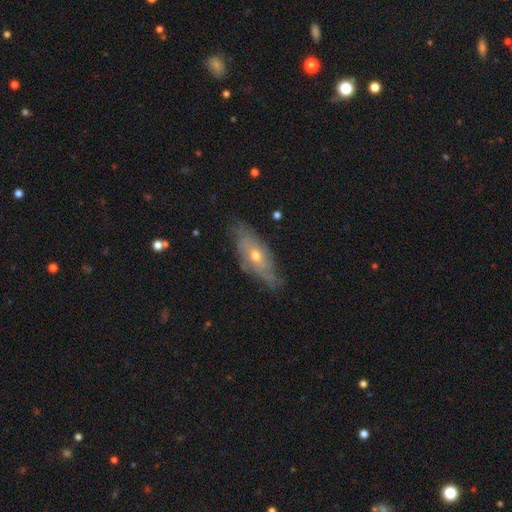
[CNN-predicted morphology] A featured or disk galaxy (64%). Merging: none (66%).